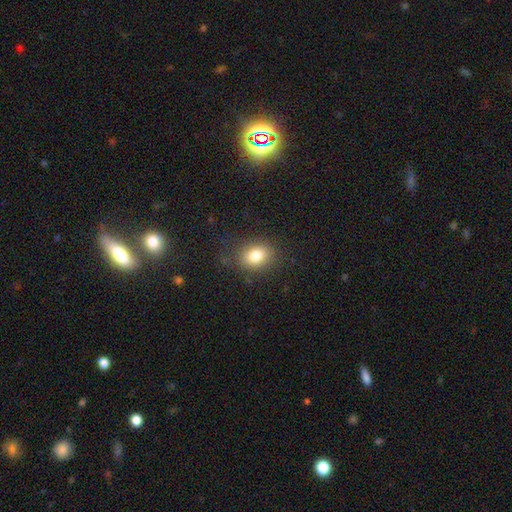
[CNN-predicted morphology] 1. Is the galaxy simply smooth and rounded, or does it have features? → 81% smooth, 11% star or artifact, 8% featured or disk.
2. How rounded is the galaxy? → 56% in between, 43% round, 1% cigar-shaped.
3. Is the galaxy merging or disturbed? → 81% none, 13% minor disturbance, 5% major disturbance, 1% merger.